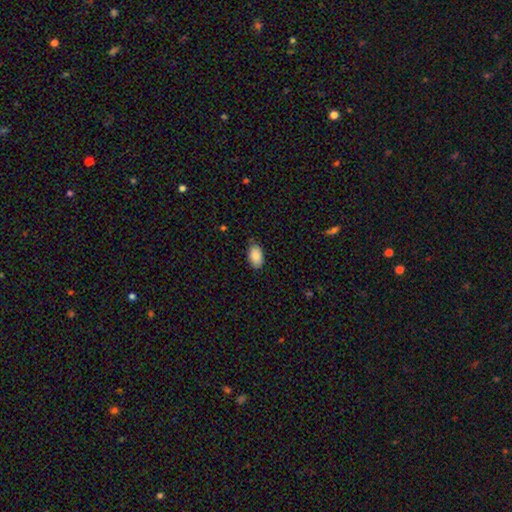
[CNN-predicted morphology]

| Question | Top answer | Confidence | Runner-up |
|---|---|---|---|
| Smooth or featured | smooth | 86% | star or artifact (7%) |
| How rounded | in between | 93% | round (6%) |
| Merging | none | 80% | minor disturbance (16%) |